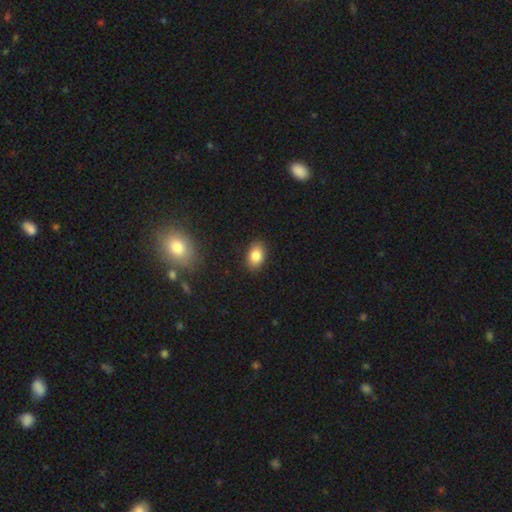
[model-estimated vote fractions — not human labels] This appears to be a smooth galaxy with no disk features (84%) that is in between round and cigar-shaped (85%). Merging: none (88%).